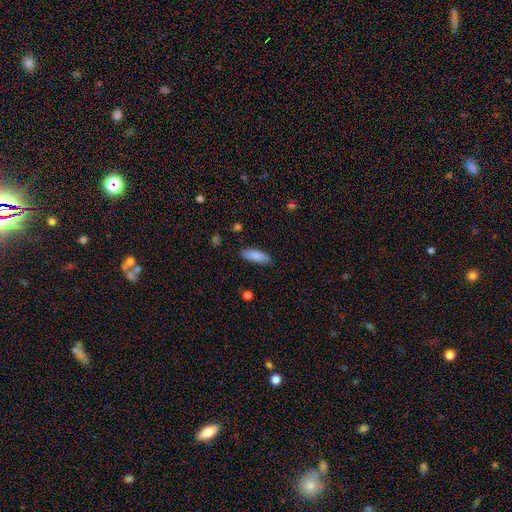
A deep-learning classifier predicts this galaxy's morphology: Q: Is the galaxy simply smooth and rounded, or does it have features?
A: smooth — 87%.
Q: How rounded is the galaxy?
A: in between — 66%.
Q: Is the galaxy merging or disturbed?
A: none — 85%.